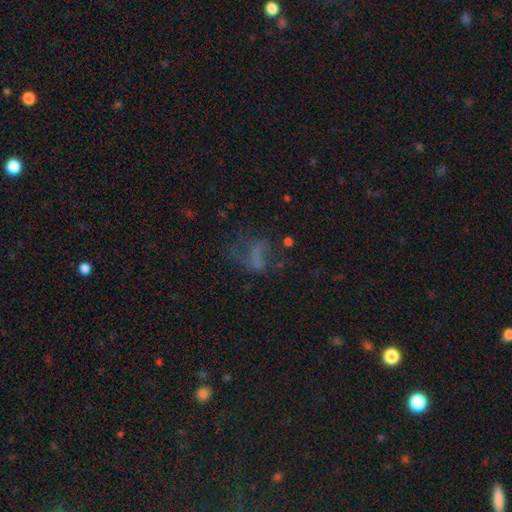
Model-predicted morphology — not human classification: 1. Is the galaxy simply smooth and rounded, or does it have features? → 40% featured or disk, 36% smooth, 24% star or artifact.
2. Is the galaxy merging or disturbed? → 43% major disturbance, 34% none, 17% minor disturbance, 6% merger.